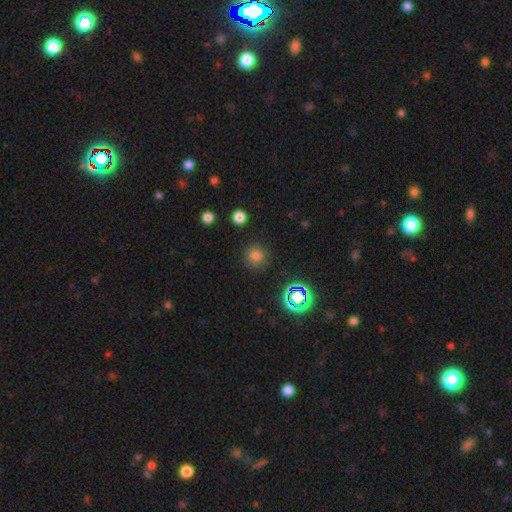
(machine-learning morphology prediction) type=smooth (73%); roundness=round (93%); merging=none (88%).